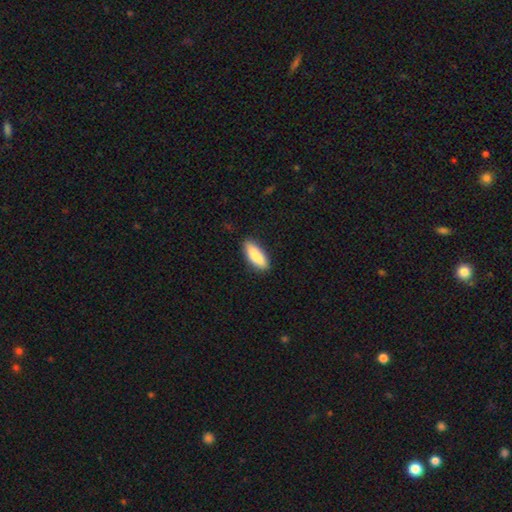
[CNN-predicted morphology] This appears to be a smooth galaxy with no disk features (85%) that is in between round and cigar-shaped (68%). Merging: none (87%).